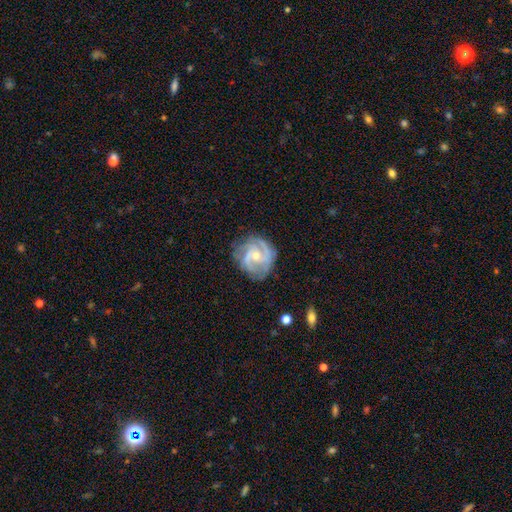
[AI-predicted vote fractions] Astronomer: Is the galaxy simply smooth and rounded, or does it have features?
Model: featured or disk — 87%.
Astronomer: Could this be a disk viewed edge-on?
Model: no — 98%.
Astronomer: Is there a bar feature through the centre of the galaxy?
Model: no — 52% (runner-up: weak, 39%).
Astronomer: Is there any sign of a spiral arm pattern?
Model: yes — 97%.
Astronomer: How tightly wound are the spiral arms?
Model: medium — 49% (runner-up: tight, 39%).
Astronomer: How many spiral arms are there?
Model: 2 — 47% (runner-up: 3, 29%).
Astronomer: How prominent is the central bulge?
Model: small — 61%.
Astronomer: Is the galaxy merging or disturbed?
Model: none — 73%.